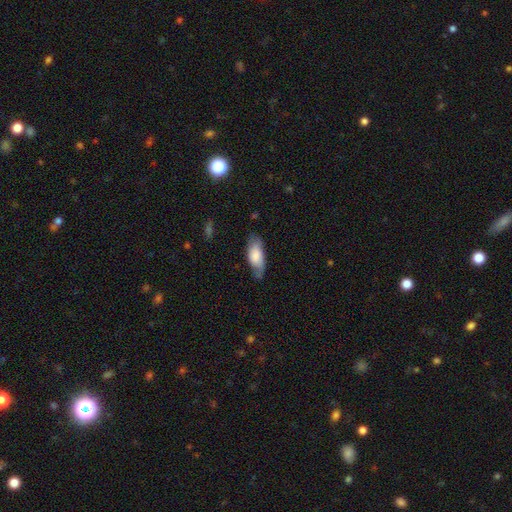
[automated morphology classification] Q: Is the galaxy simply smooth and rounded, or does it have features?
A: smooth — 70%.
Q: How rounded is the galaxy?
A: in between — 81%.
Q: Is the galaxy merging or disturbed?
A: none — 62%.